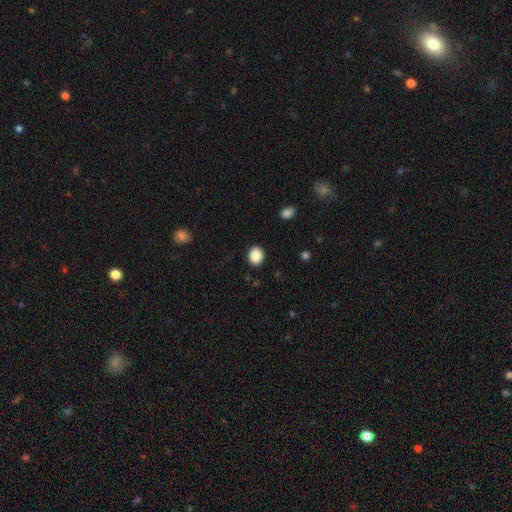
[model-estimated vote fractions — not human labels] Smooth or featured: smooth — 88% (star or artifact — 8%)
How rounded: round — 51% (in between — 48%)
Merging: none — 90% (minor disturbance — 7%)